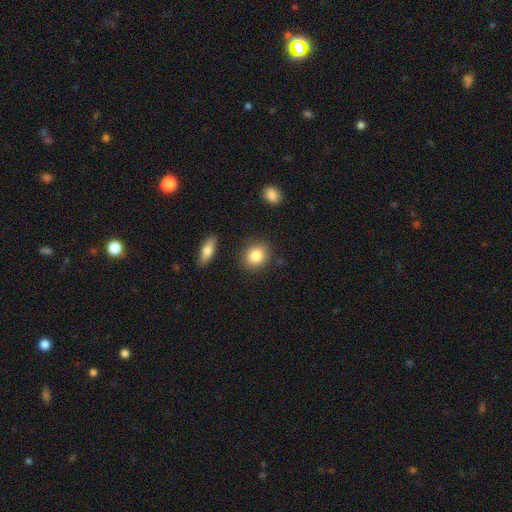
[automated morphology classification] Smooth or featured? smooth (84%)
How rounded? round (64%)
Merging? none (85%)